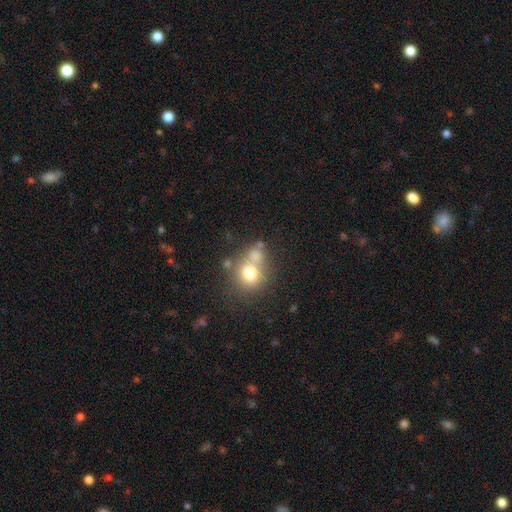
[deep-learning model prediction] A smooth galaxy with no disk features (72%) that is round (77%).

Vote fractions:
- Smooth or featured? smooth: 72% / featured or disk: 15% / star or artifact: 13%
- How rounded? round: 77% / in between: 22% / cigar-shaped: 1%
- Merging? none: 44% / merger: 40% / minor disturbance: 10% / major disturbance: 6%